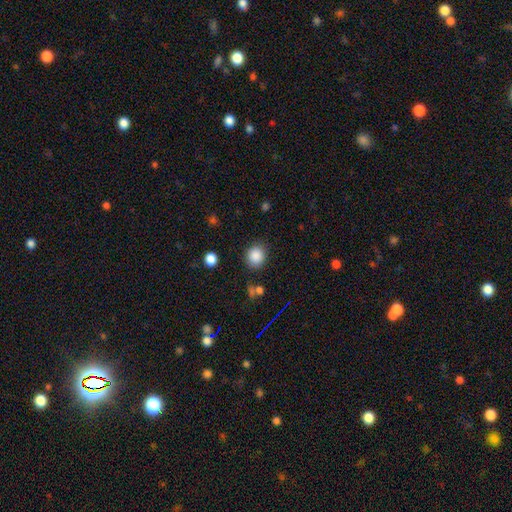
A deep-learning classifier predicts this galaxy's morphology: This appears to be a smooth galaxy with no disk features (86%) that is round (79%). Merging: none (84%).